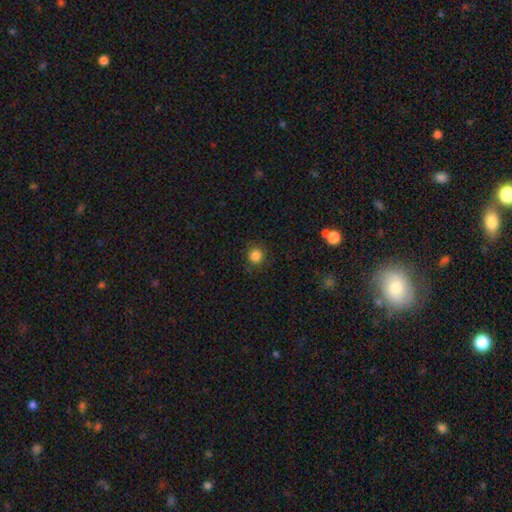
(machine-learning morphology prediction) Smooth or featured? smooth (84%)
How rounded? round (92%)
Merging? none (87%)